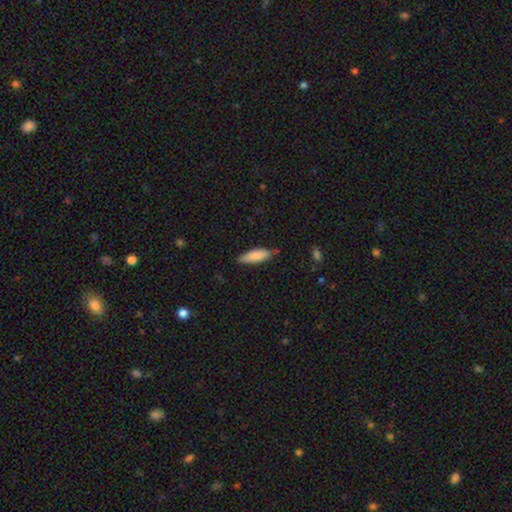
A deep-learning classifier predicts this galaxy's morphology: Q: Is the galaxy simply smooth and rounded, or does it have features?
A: smooth — 82%.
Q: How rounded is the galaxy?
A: in between — 52%.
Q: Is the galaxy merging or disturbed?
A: none — 73%.